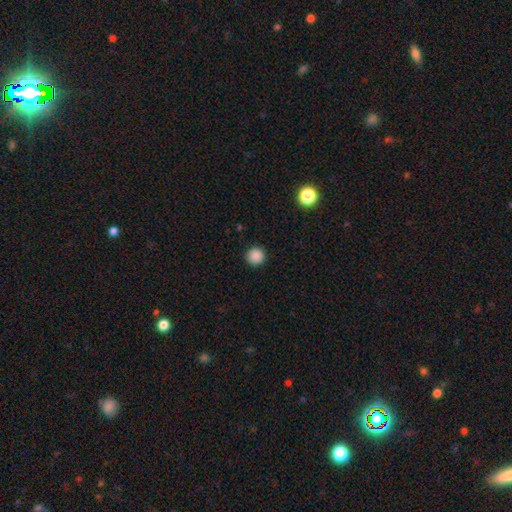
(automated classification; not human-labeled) smooth 88%, star or artifact 10%, featured or disk 2%. Down the decision tree: how rounded — round (95%); merging — none (92%).